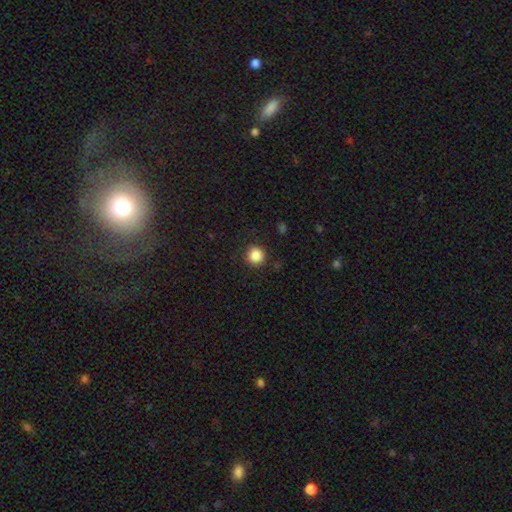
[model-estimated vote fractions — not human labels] A smooth galaxy with no disk features (87%) that is round (95%). Merging: none (90%).